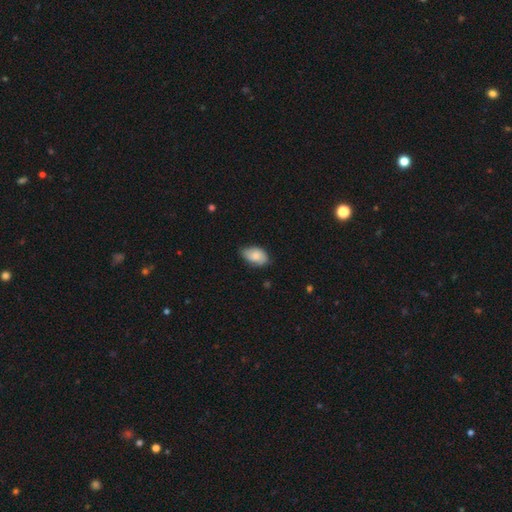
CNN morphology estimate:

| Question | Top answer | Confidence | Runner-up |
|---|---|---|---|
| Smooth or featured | smooth | 78% | featured or disk (16%) |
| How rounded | in between | 91% | round (7%) |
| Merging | none | 64% | minor disturbance (30%) |